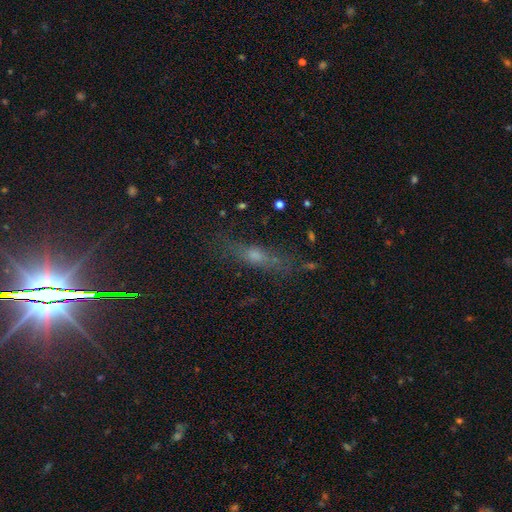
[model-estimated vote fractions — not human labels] Morphology: type=smooth (46%); merging=none (71%).